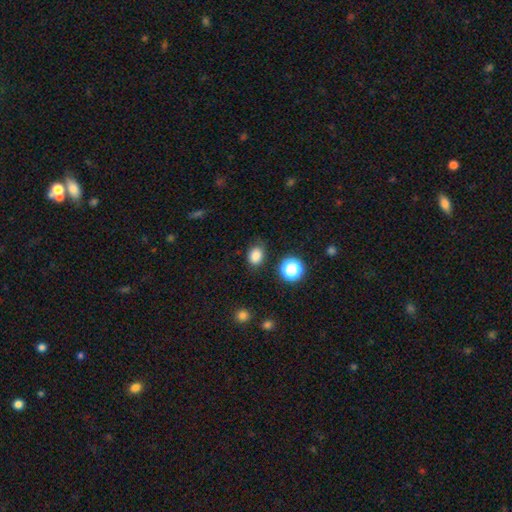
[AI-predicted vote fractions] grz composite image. It shows a smooth galaxy with no disk features (82%) that is in between round and cigar-shaped (59%). Merging: none (79%).